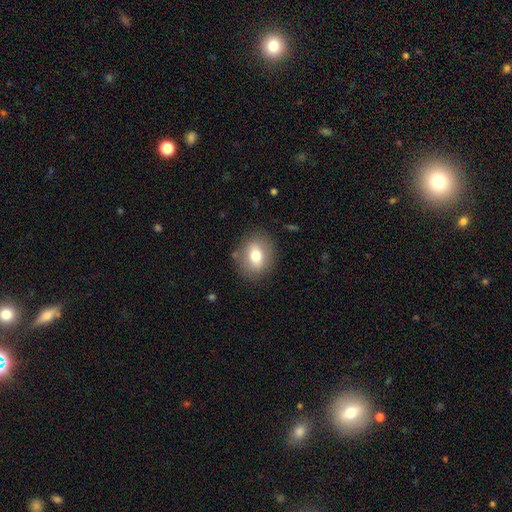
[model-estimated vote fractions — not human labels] The model was most divided on "how rounded": in between: 54%, round: 44%, cigar-shaped: 2%. More confident: merging — none (84%); smooth or featured — smooth (72%).